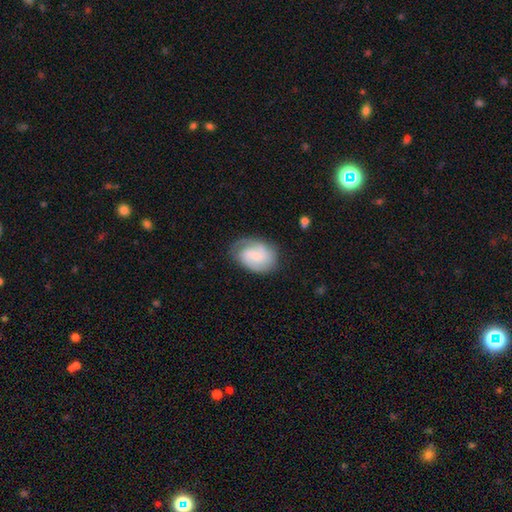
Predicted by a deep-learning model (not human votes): Morphology: type=featured or disk (64%); edge-on=no (98%); bar=weak (46%); spiral arms=yes (93%); winding=medium (45%); arm count=2 (64%); bulge=small (55%); merging=none (72%).